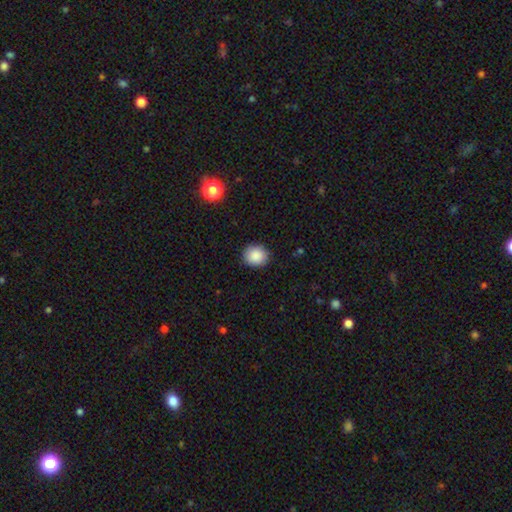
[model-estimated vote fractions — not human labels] Smooth or featured? Predicted: smooth (p=0.88). How rounded? Predicted: round (p=0.83). Merging? Predicted: none (p=0.90).